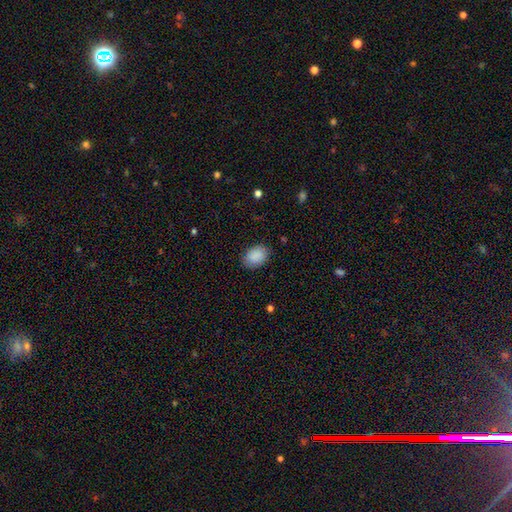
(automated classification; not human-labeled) Smooth or featured? Predicted: smooth (p=0.90). How rounded? Predicted: in between (p=0.74). Merging? Predicted: none (p=0.83).